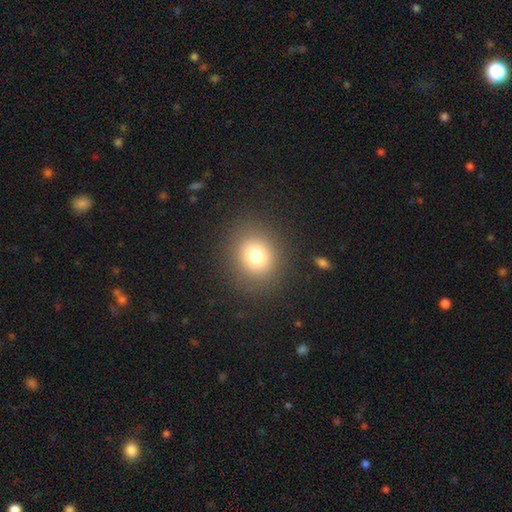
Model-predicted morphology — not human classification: The model was most divided on "smooth or featured": smooth: 75%, star or artifact: 15%, featured or disk: 10%. More confident: merging — none (87%); how rounded — round (83%).